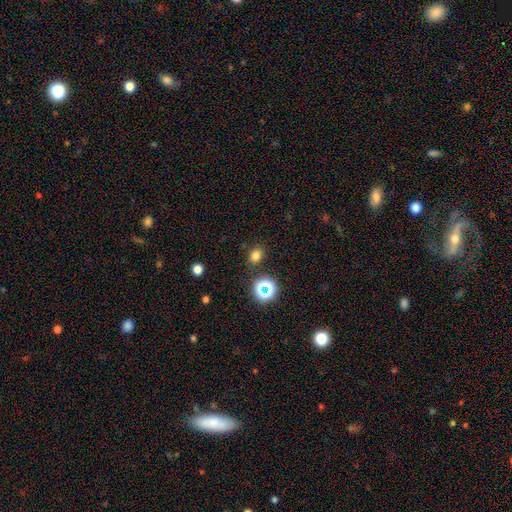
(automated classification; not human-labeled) smooth 74%, star or artifact 19%, featured or disk 6%. Down the decision tree: how rounded — round (53%); merging — none (86%).